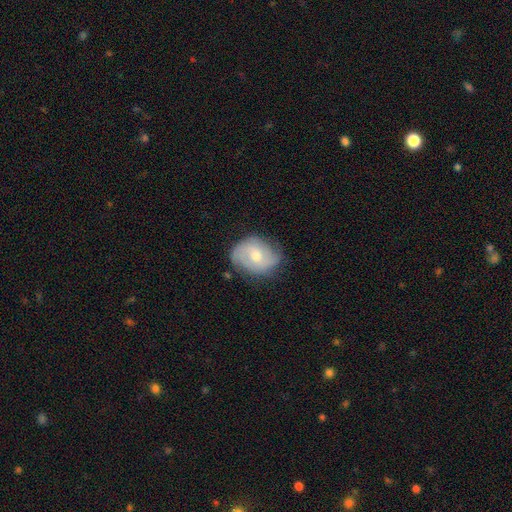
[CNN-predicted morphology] This appears to be a featured or disk galaxy (61%) with no bar (50%), 2 (57%) medium (42%) spiral arms (86%) and a moderate central bulge (63%). Merging: none (67%).